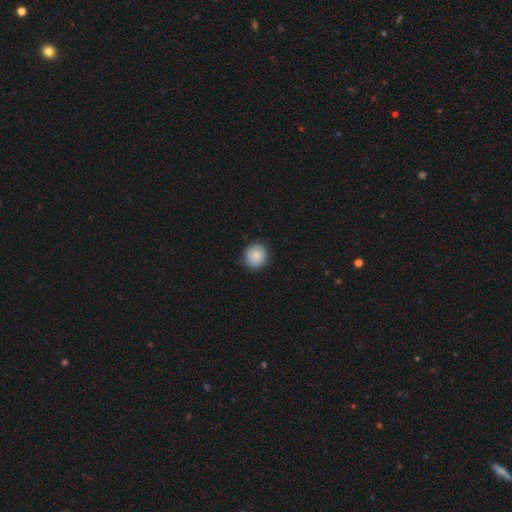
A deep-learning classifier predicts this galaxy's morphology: Smooth or featured? Predicted: smooth (p=0.84). How rounded? Predicted: round (p=0.89). Merging? Predicted: none (p=0.88).